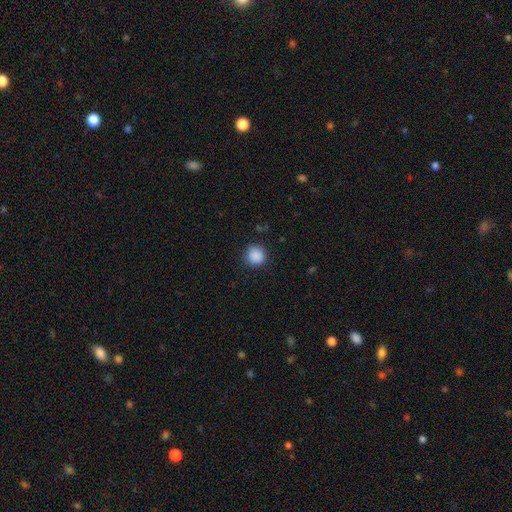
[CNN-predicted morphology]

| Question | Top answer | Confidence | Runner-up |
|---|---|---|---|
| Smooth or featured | smooth | 89% | star or artifact (9%) |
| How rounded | round | 92% | in between (7%) |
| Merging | none | 88% | minor disturbance (8%) |